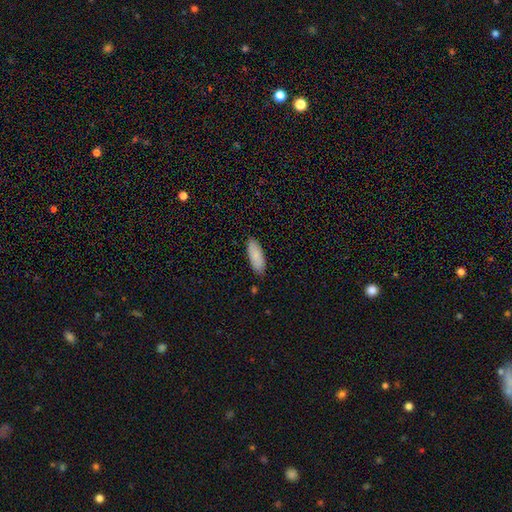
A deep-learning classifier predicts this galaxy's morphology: Smooth or featured? smooth (86%)
How rounded? in between (70%)
Merging? none (86%)